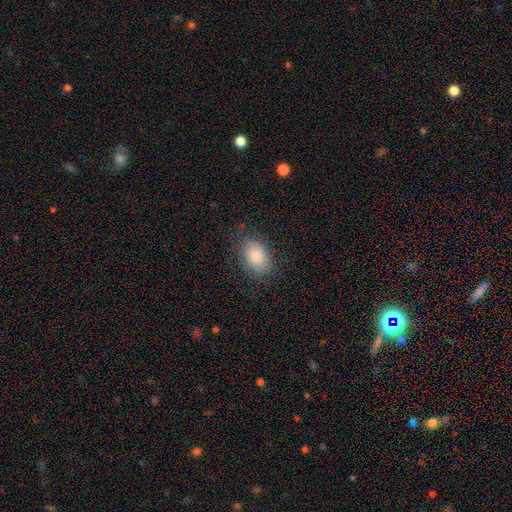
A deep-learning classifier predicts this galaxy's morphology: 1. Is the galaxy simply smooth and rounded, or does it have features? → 75% smooth, 16% featured or disk, 9% star or artifact.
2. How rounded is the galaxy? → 83% in between, 16% round, 1% cigar-shaped.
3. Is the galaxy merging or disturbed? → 78% none, 16% minor disturbance, 5% major disturbance, 1% merger.